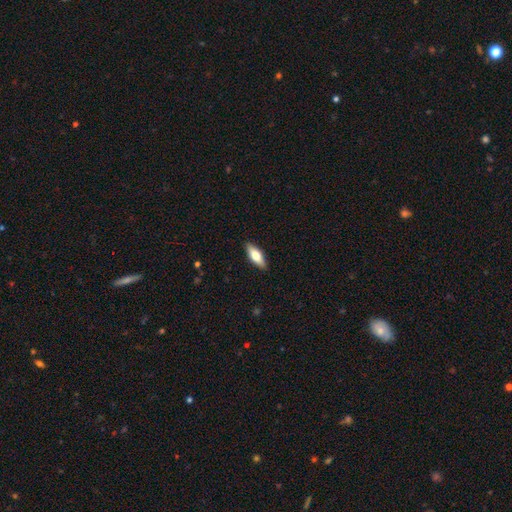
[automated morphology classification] A smooth galaxy with no disk features (63%) that is in between round and cigar-shaped (64%).

Vote fractions:
- Smooth or featured? smooth: 63% / featured or disk: 31% / star or artifact: 6%
- How rounded? in between: 64% / cigar-shaped: 33% / round: 2%
- Merging? none: 89% / minor disturbance: 8% / major disturbance: 2% / merger: 1%